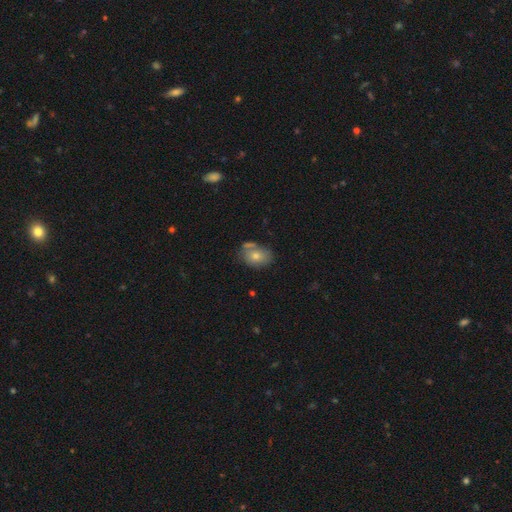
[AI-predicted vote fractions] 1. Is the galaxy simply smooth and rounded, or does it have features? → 66% smooth, 24% featured or disk, 10% star or artifact.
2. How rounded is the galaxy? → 74% in between, 25% round, 1% cigar-shaped.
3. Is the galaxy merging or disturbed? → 62% none, 19% minor disturbance, 14% merger, 5% major disturbance.